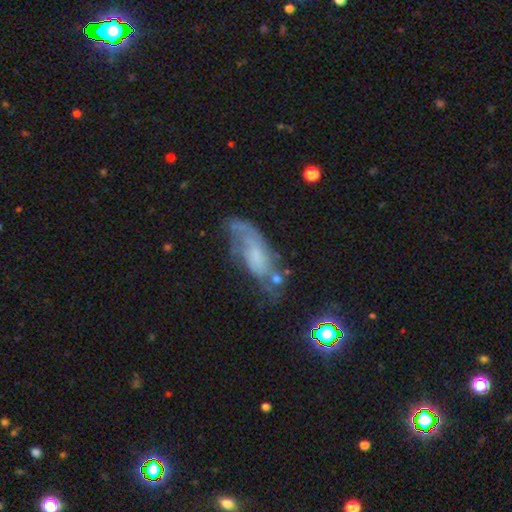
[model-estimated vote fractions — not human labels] A featured or disk galaxy (58%) with no bar (69%), spiral arms (72%) and no central bulge (40%).

Vote fractions:
- Smooth or featured? featured or disk: 58% / smooth: 30% / star or artifact: 12%
- Edge-on disk? no: 87% / yes: 13%
- Bar? no: 69% / weak: 26% / strong: 5%
- Spiral arms? yes: 72% / no: 28%
- Bulge size? none: 40% / small: 33% / moderate: 20% / large: 6% / dominant: 2%
- Merging? none: 39% / major disturbance: 27% / minor disturbance: 27% / merger: 8%